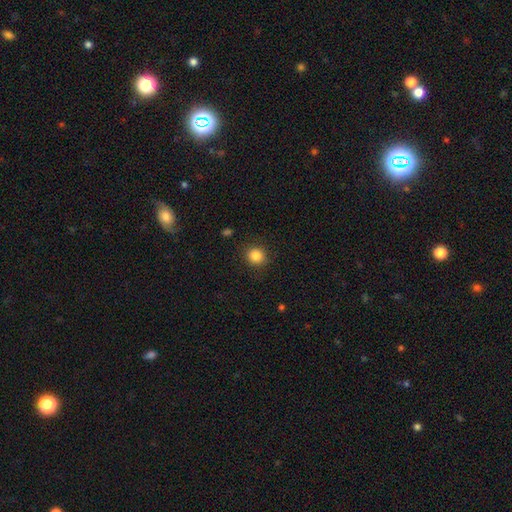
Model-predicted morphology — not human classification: type=smooth (85%); roundness=round (88%); merging=none (89%).